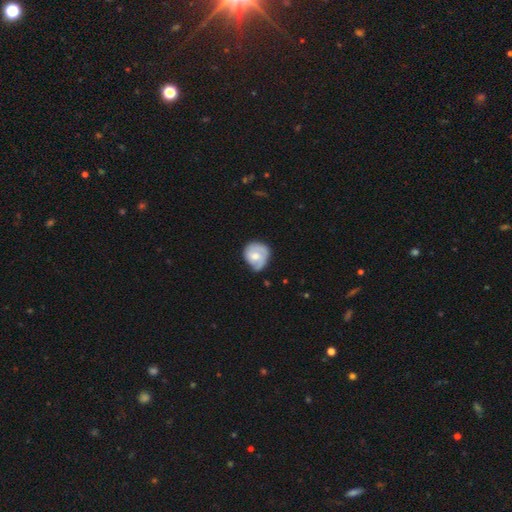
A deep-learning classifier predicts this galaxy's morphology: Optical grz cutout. It shows a featured or disk galaxy (55%) with no bar (65%), spiral arms (81%) and a moderate central bulge (60%). Merging: none (50%).